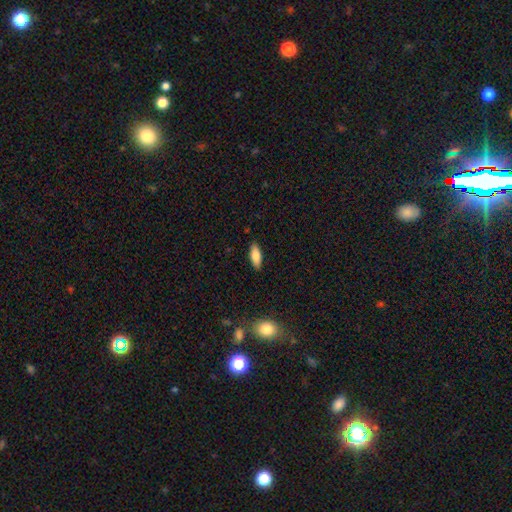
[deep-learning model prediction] A smooth galaxy with no disk features (77%) that is in between round and cigar-shaped (66%).

Vote fractions:
- Smooth or featured? smooth: 77% / featured or disk: 16% / star or artifact: 6%
- How rounded? in between: 66% / cigar-shaped: 32% / round: 2%
- Merging? none: 87% / minor disturbance: 9% / major disturbance: 2% / merger: 1%